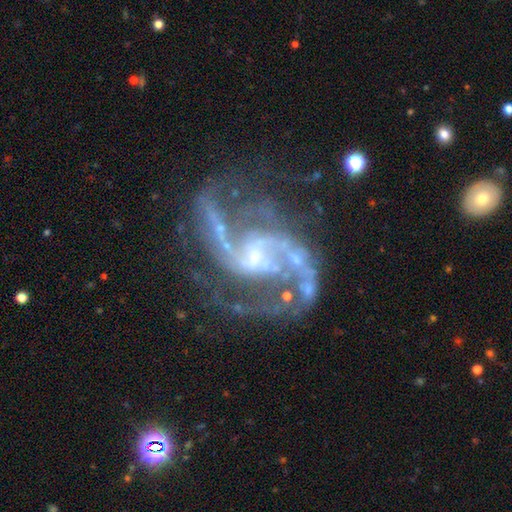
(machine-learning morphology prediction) Smooth or featured? Predicted: featured or disk (p=0.91). Edge-on disk? Predicted: no (p=0.98). Bar? Predicted: weak (p=0.48). Spiral arms? Predicted: yes (p=0.97). Spiral winding? Predicted: medium (p=0.47). Spiral arm count? Predicted: 2 (p=0.72). Bulge size? Predicted: small (p=0.60). Merging? Predicted: none (p=0.49).